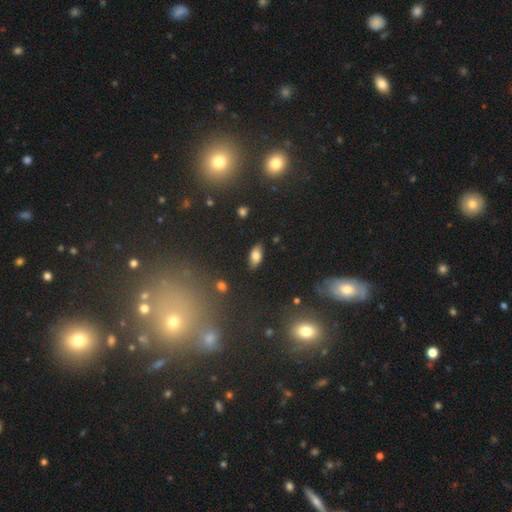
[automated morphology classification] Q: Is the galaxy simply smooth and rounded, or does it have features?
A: smooth — 77%.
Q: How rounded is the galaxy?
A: in between — 88%.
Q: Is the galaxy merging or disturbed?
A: none — 87%.